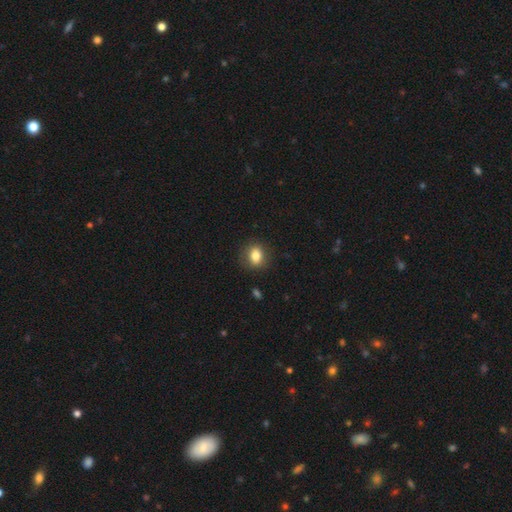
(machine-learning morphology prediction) Smooth or featured?
  - smooth: 81% *
  - featured or disk: 10%
  - star or artifact: 9%
How rounded?
  - in between: 52% *
  - round: 47%
  - cigar-shaped: 2%
Merging?
  - none: 85% *
  - minor disturbance: 11%
  - major disturbance: 3%
  - merger: 1%